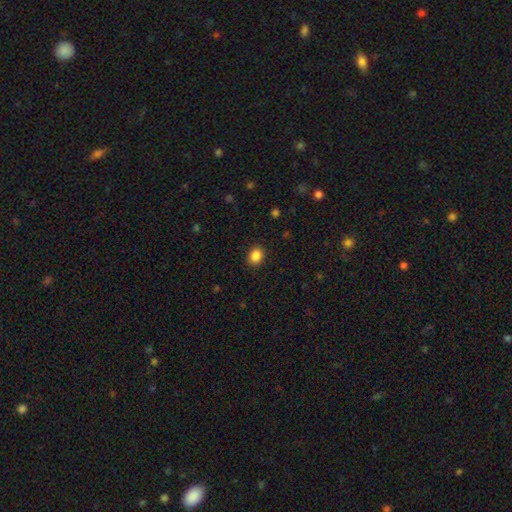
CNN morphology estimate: type=smooth (86%); roundness=round (63%); merging=none (90%).